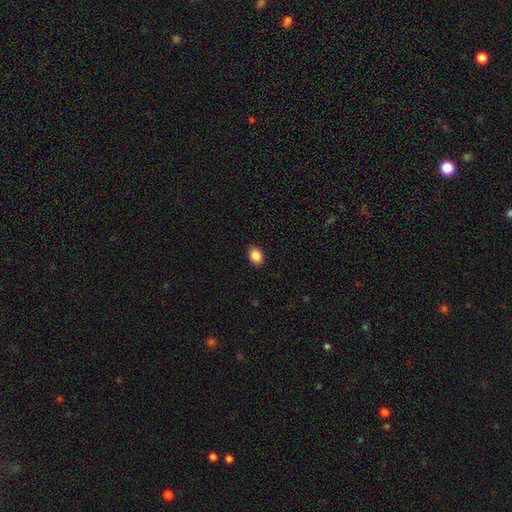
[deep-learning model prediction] Q: Smooth or featured?
A: smooth (88%); runner-up: star or artifact (8%)
Q: How rounded?
A: in between (75%); runner-up: round (24%)
Q: Merging?
A: none (90%); runner-up: minor disturbance (7%)